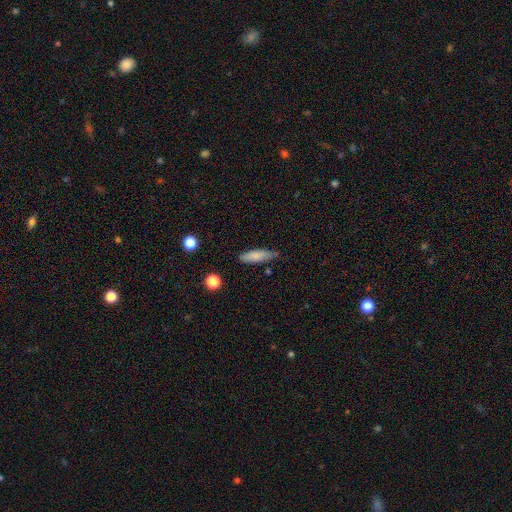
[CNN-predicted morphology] Smooth or featured? smooth (81%)
How rounded? cigar-shaped (54%)
Merging? none (74%)